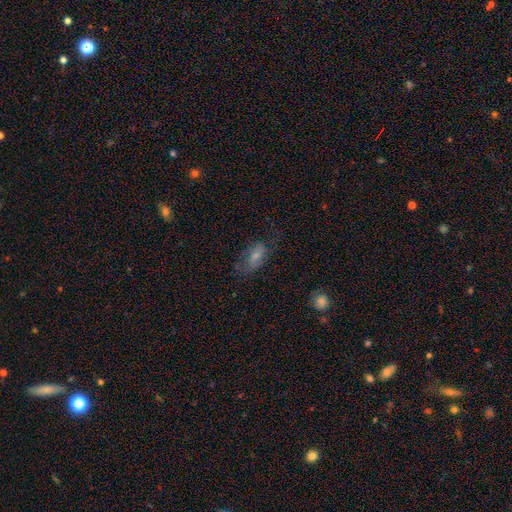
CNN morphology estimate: A featured or disk galaxy (45%).

Vote fractions:
- Smooth or featured? featured or disk: 45% / smooth: 42% / star or artifact: 13%
- Merging? none: 59% / minor disturbance: 23% / major disturbance: 16% / merger: 2%